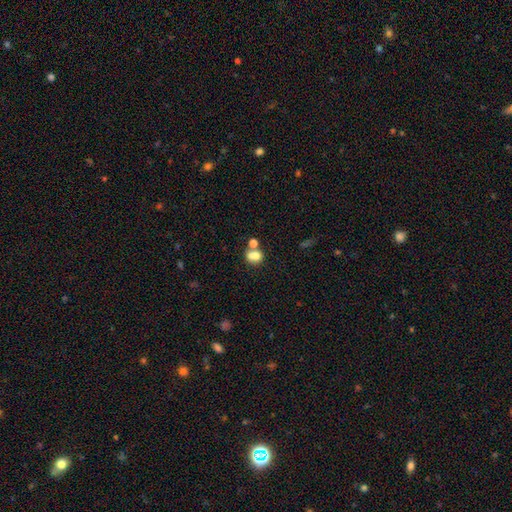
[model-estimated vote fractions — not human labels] smooth 71%, featured or disk 17%, star or artifact 12%. Down the decision tree: how rounded — round (63%); merging — merger (51%).